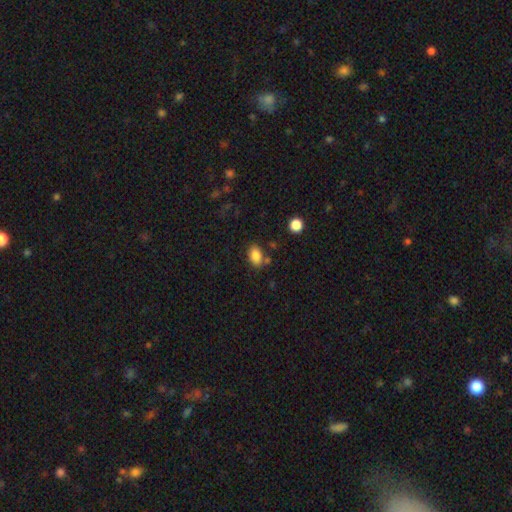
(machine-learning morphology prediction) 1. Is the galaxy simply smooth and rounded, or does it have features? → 85% smooth, 9% star or artifact, 6% featured or disk.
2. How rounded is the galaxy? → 85% in between, 13% round, 1% cigar-shaped.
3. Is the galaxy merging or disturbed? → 73% none, 14% minor disturbance, 9% merger, 4% major disturbance.